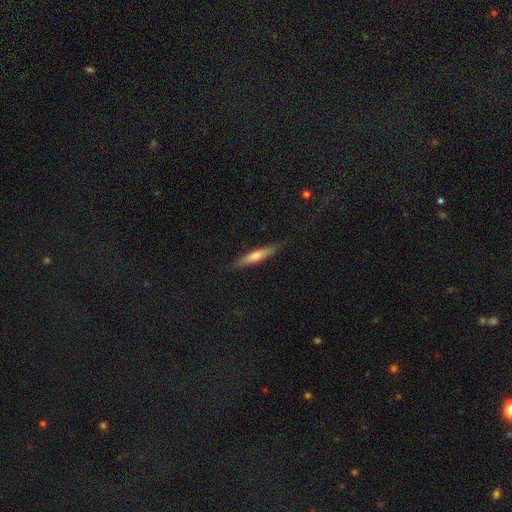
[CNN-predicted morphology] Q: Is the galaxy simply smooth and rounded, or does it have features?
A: smooth — 54%.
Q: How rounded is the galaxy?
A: cigar-shaped — 90%.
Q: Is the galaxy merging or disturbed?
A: none — 87%.